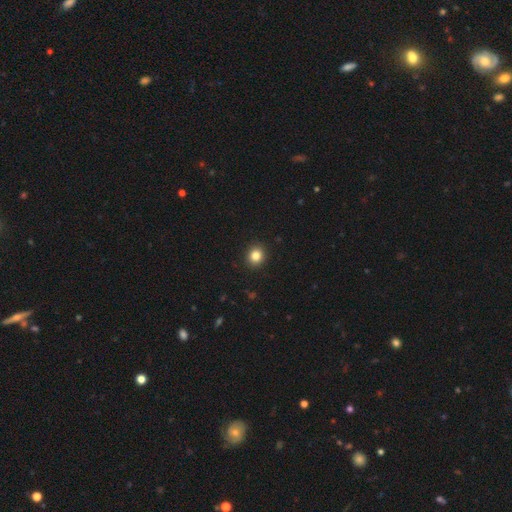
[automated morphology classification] This appears to be a smooth galaxy with no disk features (84%) that is round (82%). Merging: none (92%).